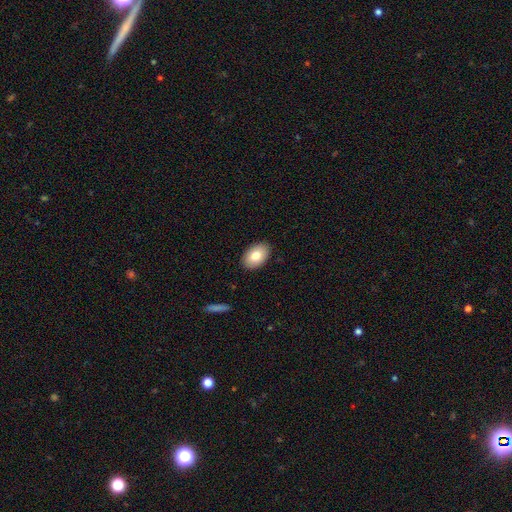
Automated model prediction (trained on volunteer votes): smooth_or_featured: smooth (p=0.80) [alt: featured or disk p=0.14]
how_rounded: in between (p=0.89) [alt: round p=0.10]
merging: none (p=0.89) [alt: minor disturbance p=0.08]